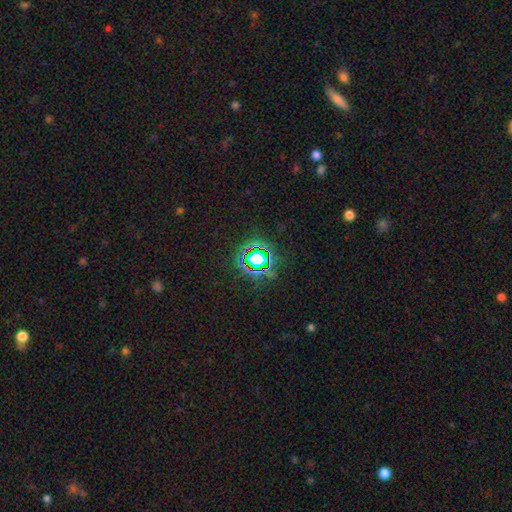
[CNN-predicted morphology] A star or artifact, not a galaxy (73%).